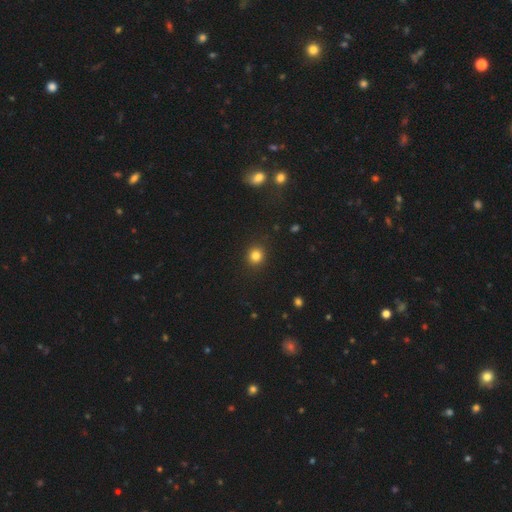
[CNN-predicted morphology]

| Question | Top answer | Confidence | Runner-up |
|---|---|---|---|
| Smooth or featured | smooth | 83% | star or artifact (12%) |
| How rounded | round | 88% | in between (11%) |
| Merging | none | 91% | minor disturbance (6%) |